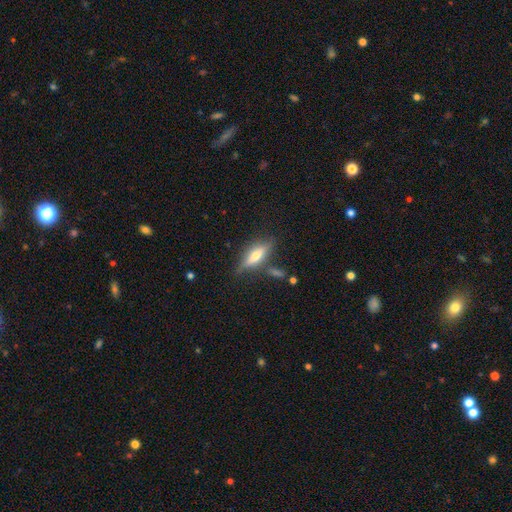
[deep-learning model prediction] A featured or disk galaxy (52%) viewed edge-on (89%).

Vote fractions:
- Smooth or featured? featured or disk: 52% / smooth: 40% / star or artifact: 8%
- Edge-on disk? yes: 89% / no: 11%
- Merging? none: 73% / minor disturbance: 16% / merger: 5% / major disturbance: 5%